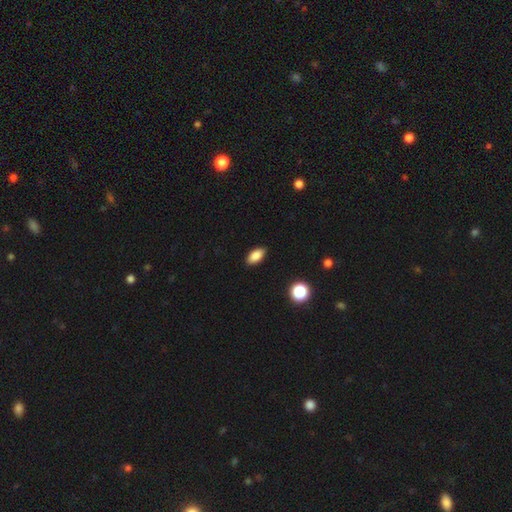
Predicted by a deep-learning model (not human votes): Morphology: type=smooth (86%); roundness=in between (90%); merging=none (89%).